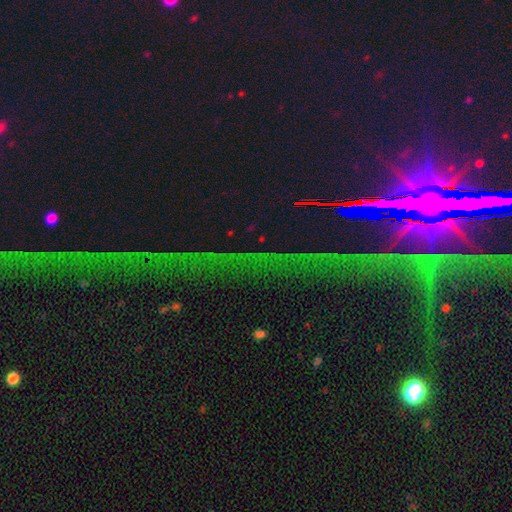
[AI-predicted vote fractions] Smooth or featured? Predicted: star or artifact (p=0.85).